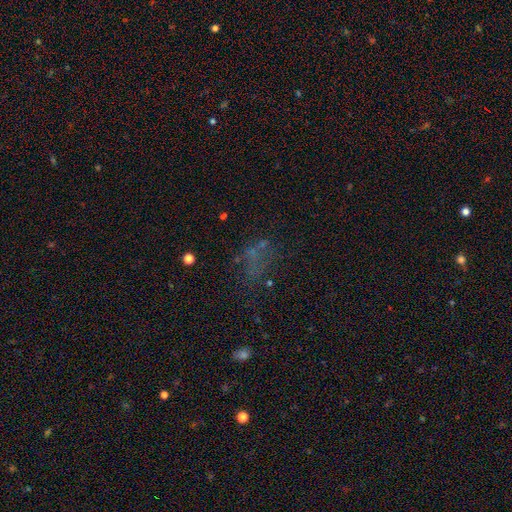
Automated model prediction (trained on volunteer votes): A star or artifact, not a galaxy (39%).